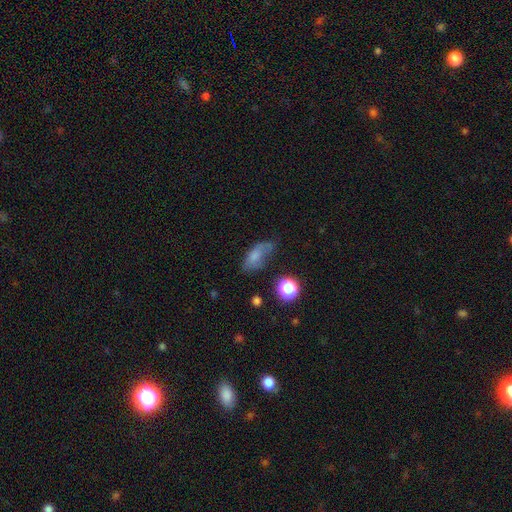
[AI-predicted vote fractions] Smooth or featured?
  - smooth: 67% *
  - featured or disk: 20%
  - star or artifact: 13%
How rounded?
  - in between: 80% *
  - cigar-shaped: 12%
  - round: 8%
Merging?
  - none: 44% *
  - minor disturbance: 32%
  - major disturbance: 18%
  - merger: 5%